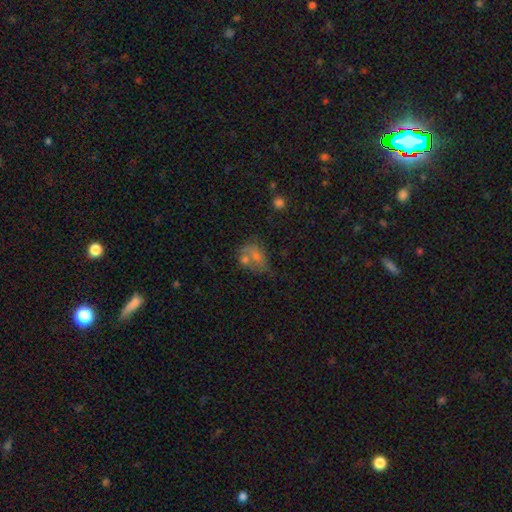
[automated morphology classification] smooth_or_featured: smooth (p=0.49) [alt: star or artifact p=0.26]
merging: none (p=0.38) [alt: merger p=0.25]